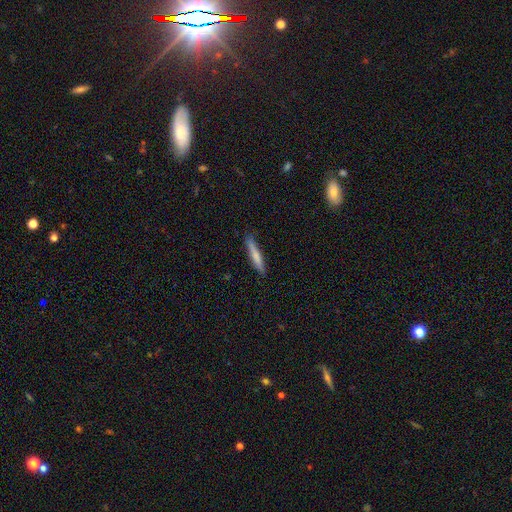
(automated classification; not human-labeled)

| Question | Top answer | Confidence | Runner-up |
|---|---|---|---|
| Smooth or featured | smooth | 70% | featured or disk (24%) |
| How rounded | cigar-shaped | 93% | in between (6%) |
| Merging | none | 86% | minor disturbance (11%) |